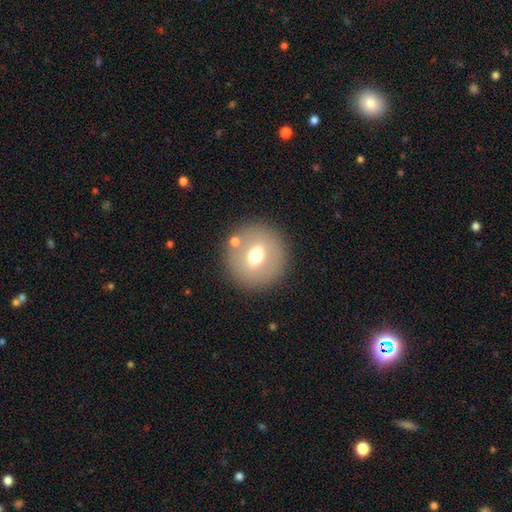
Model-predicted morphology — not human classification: type=smooth (61%); roundness=round (91%); merging=none (84%).